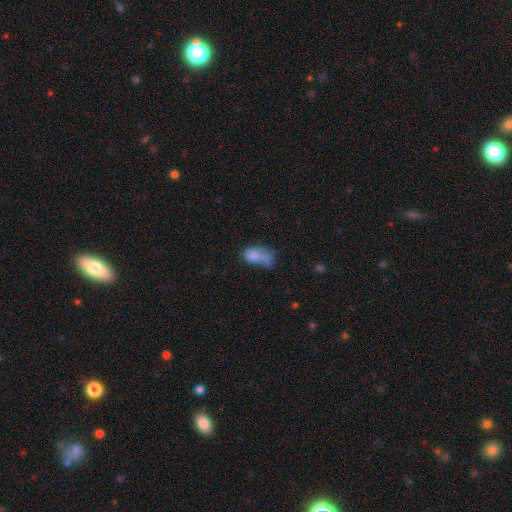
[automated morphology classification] The model was most divided on "merging": major disturbance: 28%, minor disturbance: 25%, none: 25%, merger: 22%. More confident: how rounded — in between (88%); smooth or featured — smooth (74%).